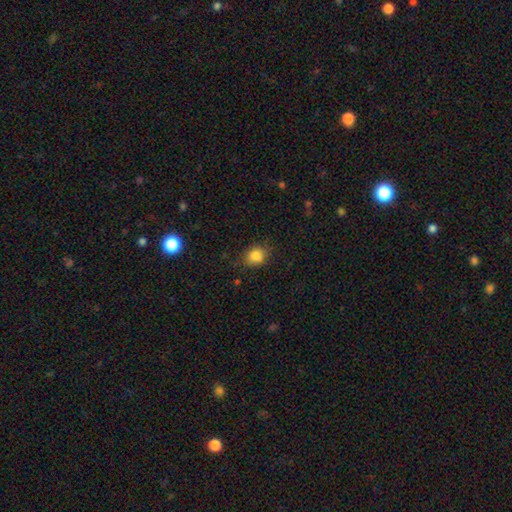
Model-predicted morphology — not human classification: smooth-or-featured: smooth: 84% | star or artifact: 10% | featured or disk: 6%
  how-rounded: round: 52% | in between: 47% | cigar-shaped: 1%
  merging: none: 72% | minor disturbance: 21% | major disturbance: 6% | merger: 2%